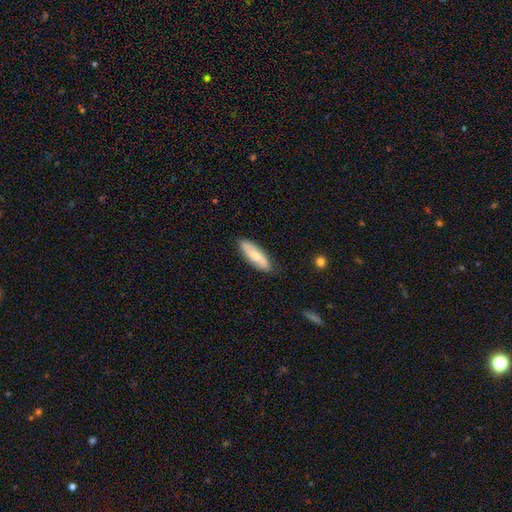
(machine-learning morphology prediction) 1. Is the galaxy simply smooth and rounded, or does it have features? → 66% smooth, 29% featured or disk, 5% star or artifact.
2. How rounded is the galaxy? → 55% in between, 43% cigar-shaped, 2% round.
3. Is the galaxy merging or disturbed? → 84% none, 12% minor disturbance, 2% major disturbance, 1% merger.